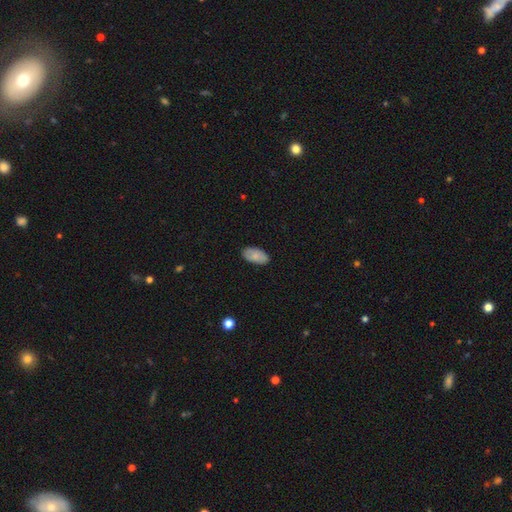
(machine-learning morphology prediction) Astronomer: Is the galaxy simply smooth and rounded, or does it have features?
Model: smooth — 82%.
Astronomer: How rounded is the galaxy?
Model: in between — 95%.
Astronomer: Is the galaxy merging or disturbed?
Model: none — 85%.